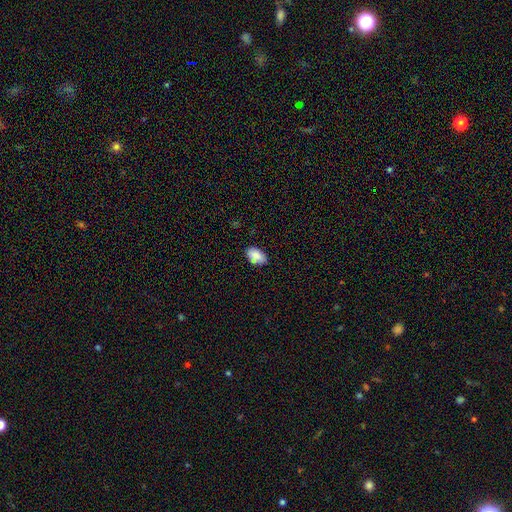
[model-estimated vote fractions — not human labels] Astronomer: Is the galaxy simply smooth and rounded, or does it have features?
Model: smooth — 83%.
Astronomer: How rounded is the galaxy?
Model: in between — 90%.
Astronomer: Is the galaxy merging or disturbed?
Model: none — 69%.